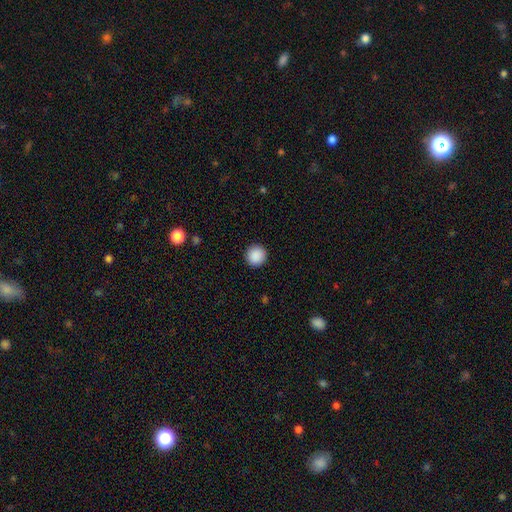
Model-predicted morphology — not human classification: Smooth or featured?
  - smooth: 89% *
  - star or artifact: 8%
  - featured or disk: 2%
How rounded?
  - round: 94% *
  - in between: 5%
  - cigar-shaped: 1%
Merging?
  - none: 92% *
  - minor disturbance: 5%
  - major disturbance: 2%
  - merger: 1%